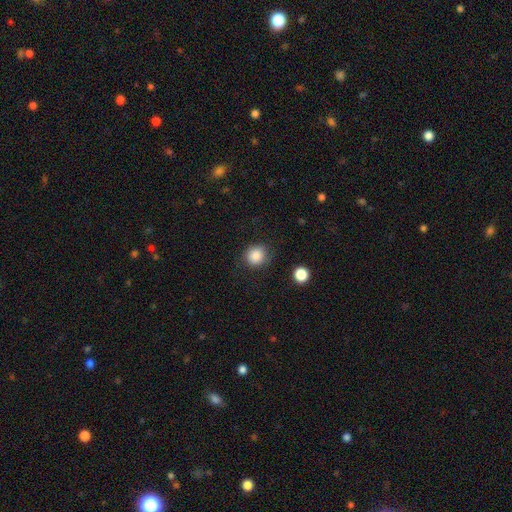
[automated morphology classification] Overall: smooth (86%). How rounded: round (86%). Merging: none (82%).